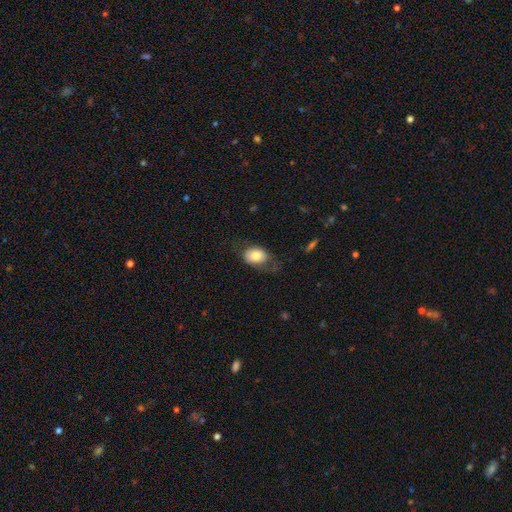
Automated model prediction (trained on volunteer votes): This appears to be a smooth galaxy with no disk features (75%) that is in between round and cigar-shaped (73%). Merging: none (47%).